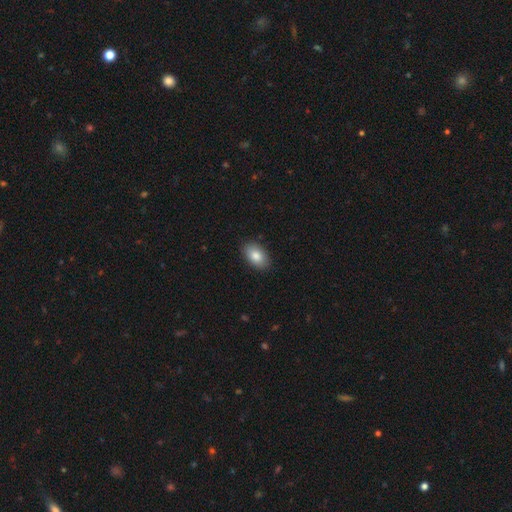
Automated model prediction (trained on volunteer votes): A smooth galaxy with no disk features (84%) that is in between round and cigar-shaped (92%). Merging: none (87%).